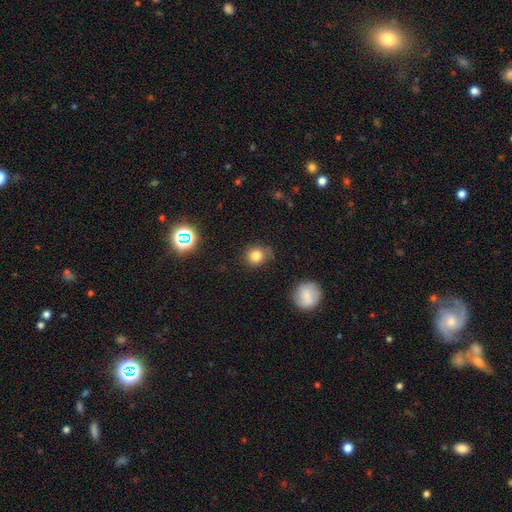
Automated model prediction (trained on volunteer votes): The model was most divided on "merging": none: 72%, minor disturbance: 21%, major disturbance: 5%, merger: 2%. More confident: smooth or featured — smooth (80%); how rounded — round (79%).